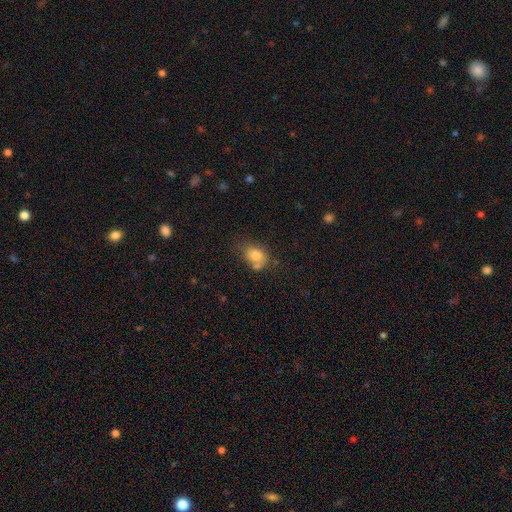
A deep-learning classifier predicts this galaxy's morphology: smooth-or-featured: smooth: 77% | featured or disk: 13% | star or artifact: 10%
  how-rounded: in between: 60% | round: 39% | cigar-shaped: 1%
  merging: none: 48% | minor disturbance: 24% | merger: 19% | major disturbance: 9%